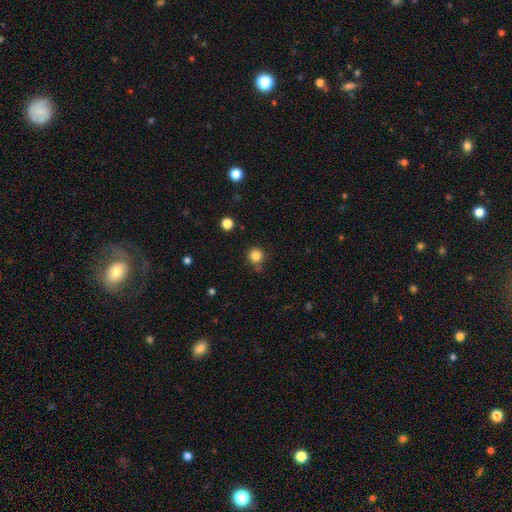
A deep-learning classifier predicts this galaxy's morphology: type=smooth (83%); roundness=round (94%); merging=none (78%).